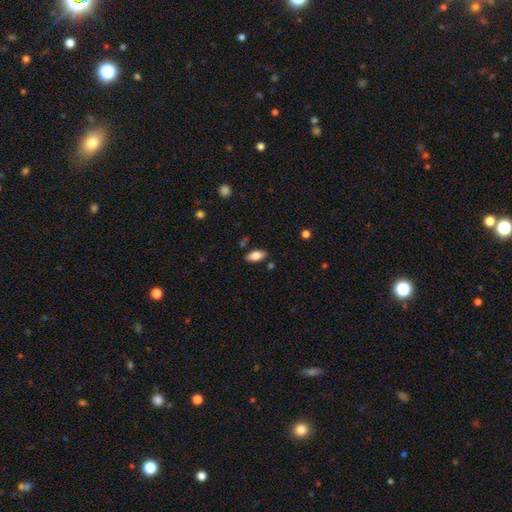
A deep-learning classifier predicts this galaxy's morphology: Q: Smooth or featured?
A: smooth (82%); runner-up: featured or disk (11%)
Q: How rounded?
A: in between (90%); runner-up: cigar-shaped (7%)
Q: Merging?
A: none (84%); runner-up: minor disturbance (11%)